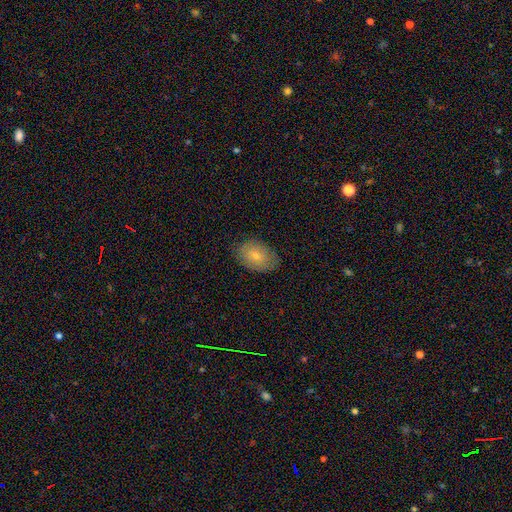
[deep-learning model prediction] This is likely a smooth galaxy (73%). How rounded: clearly in between (85%). Merging: likely none (79%).